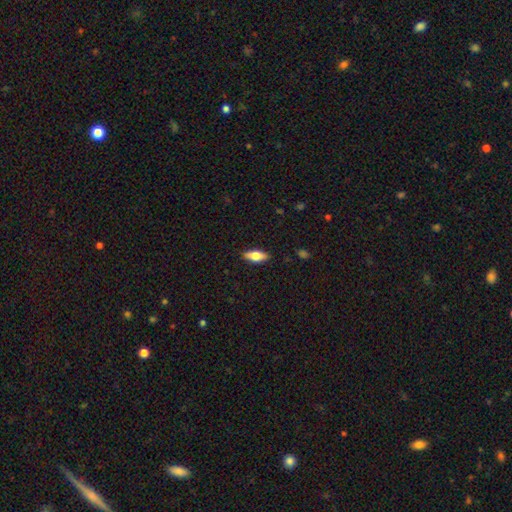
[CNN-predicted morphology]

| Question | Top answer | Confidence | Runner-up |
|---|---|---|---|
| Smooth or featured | smooth | 67% | featured or disk (27%) |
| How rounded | in between | 77% | cigar-shaped (20%) |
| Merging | none | 88% | minor disturbance (9%) |